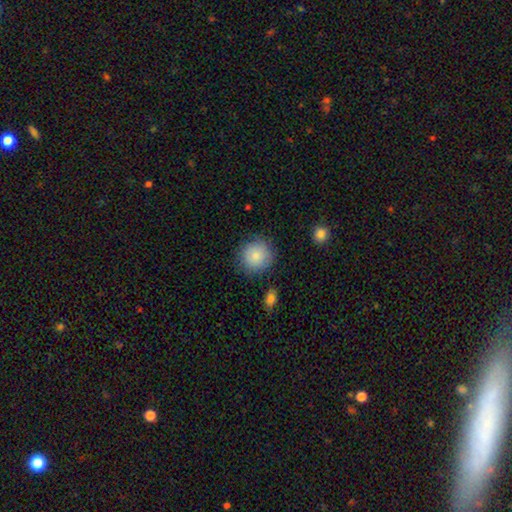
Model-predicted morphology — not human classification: Q: Smooth or featured?
A: smooth (85%); runner-up: star or artifact (8%)
Q: How rounded?
A: round (92%); runner-up: in between (7%)
Q: Merging?
A: none (83%); runner-up: minor disturbance (12%)